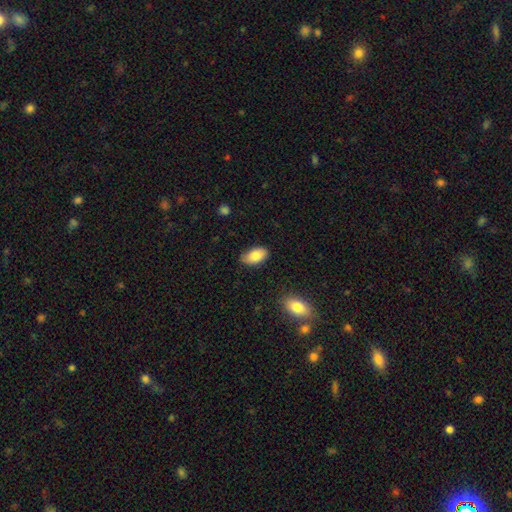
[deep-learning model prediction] Morphology: type=smooth (84%); roundness=in between (94%); merging=none (79%).